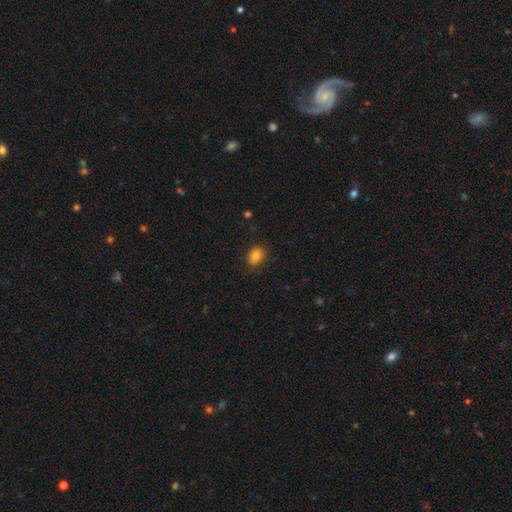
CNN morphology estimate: Smooth or featured? Predicted: smooth (p=0.84). How rounded? Predicted: in between (p=0.70). Merging? Predicted: none (p=0.85).